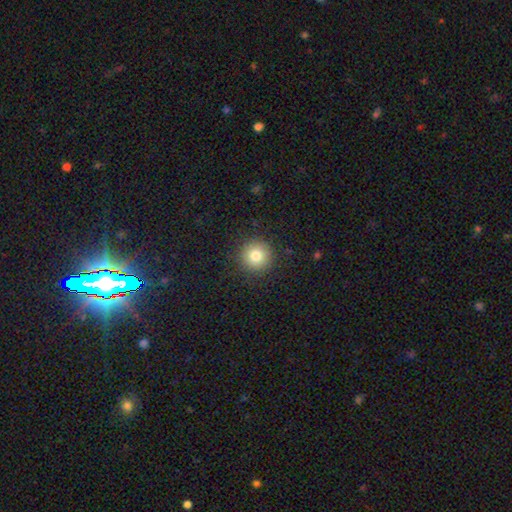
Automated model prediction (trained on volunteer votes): Smooth or featured? Predicted: smooth (p=0.80). How rounded? Predicted: round (p=0.95). Merging? Predicted: none (p=0.91).